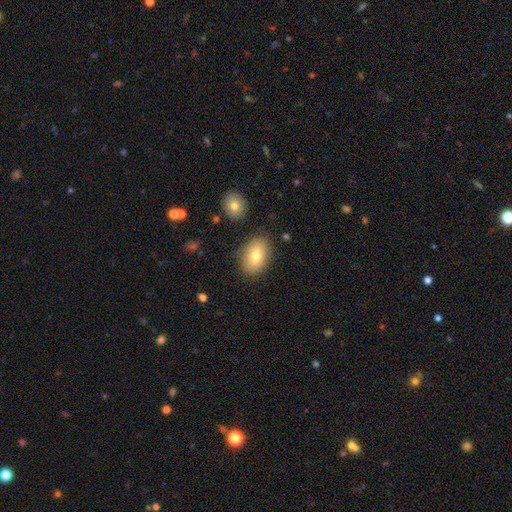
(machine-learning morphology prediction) The model was most divided on "smooth or featured": smooth: 77%, featured or disk: 14%, star or artifact: 9%. More confident: how rounded — in between (87%); merging — none (81%).